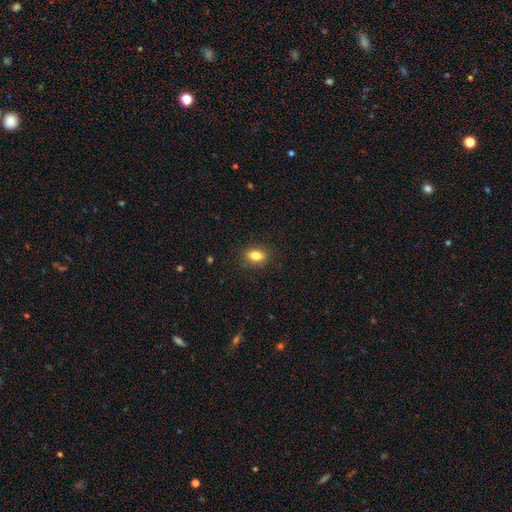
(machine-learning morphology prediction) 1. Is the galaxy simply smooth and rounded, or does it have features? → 83% smooth, 9% star or artifact, 8% featured or disk.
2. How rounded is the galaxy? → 82% in between, 14% round, 5% cigar-shaped.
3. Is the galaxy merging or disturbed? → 87% none, 10% minor disturbance, 2% major disturbance, 1% merger.